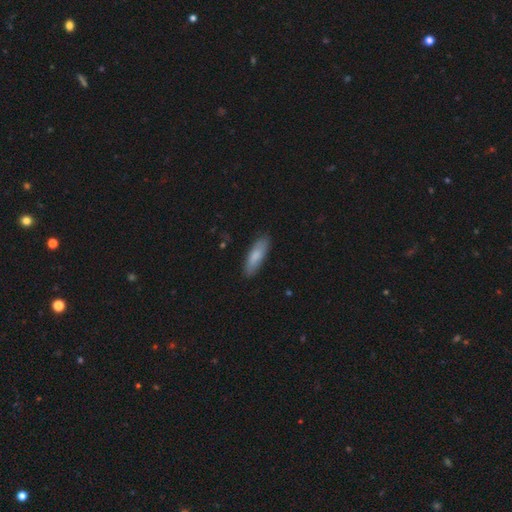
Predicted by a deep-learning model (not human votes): Smooth or featured?
  - smooth: 81% *
  - featured or disk: 14%
  - star or artifact: 6%
How rounded?
  - in between: 50% *
  - cigar-shaped: 48%
  - round: 2%
Merging?
  - none: 85% *
  - minor disturbance: 12%
  - major disturbance: 2%
  - merger: 1%